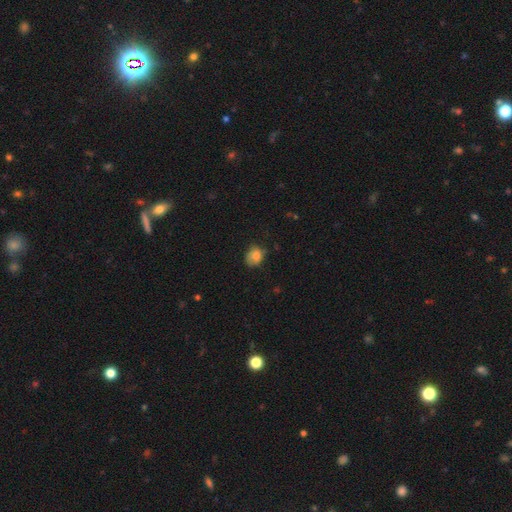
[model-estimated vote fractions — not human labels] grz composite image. It shows a smooth galaxy with no disk features (78%) that is round (54%). Merging: none (60%).